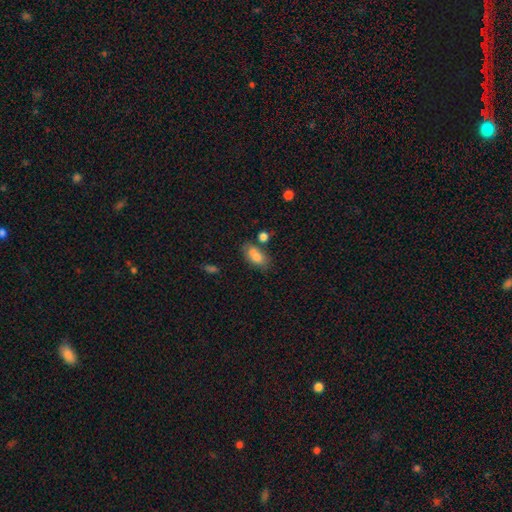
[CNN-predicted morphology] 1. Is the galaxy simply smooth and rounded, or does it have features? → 77% smooth, 14% featured or disk, 9% star or artifact.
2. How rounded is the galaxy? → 87% in between, 8% round, 5% cigar-shaped.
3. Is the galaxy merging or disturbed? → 51% none, 24% merger, 18% minor disturbance, 6% major disturbance.